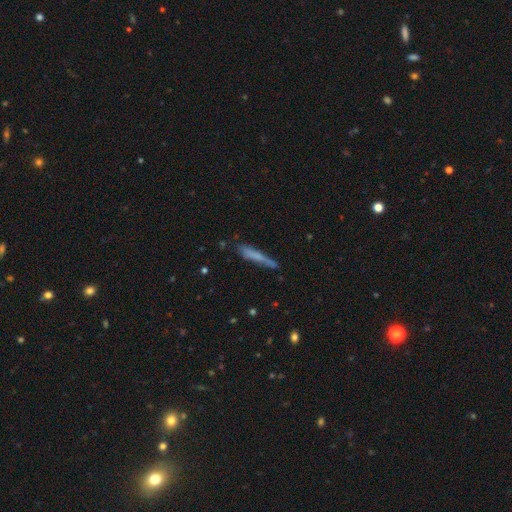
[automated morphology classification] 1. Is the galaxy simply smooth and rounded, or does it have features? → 63% smooth, 29% featured or disk, 8% star or artifact.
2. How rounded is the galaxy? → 94% cigar-shaped, 4% in between, 1% round.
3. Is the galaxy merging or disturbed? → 69% none, 22% minor disturbance, 6% major disturbance, 4% merger.